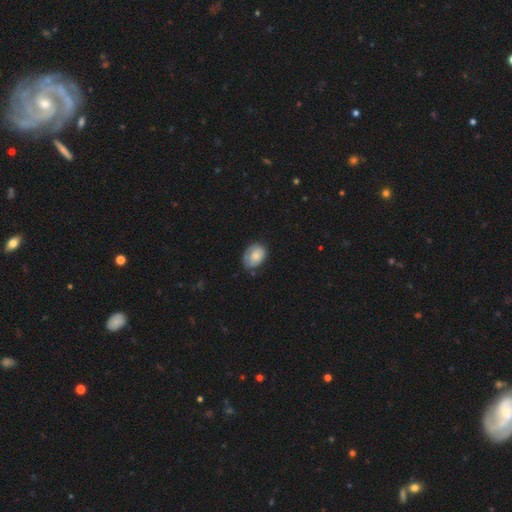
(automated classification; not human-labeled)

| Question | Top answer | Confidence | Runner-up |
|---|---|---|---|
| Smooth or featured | smooth | 68% | featured or disk (25%) |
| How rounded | in between | 74% | round (25%) |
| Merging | none | 58% | minor disturbance (31%) |